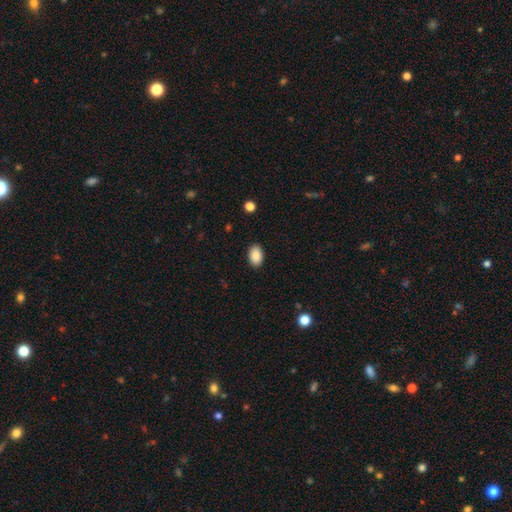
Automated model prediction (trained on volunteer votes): smooth 89%, star or artifact 7%, featured or disk 4%. Down the decision tree: how rounded — in between (89%); merging — none (89%).